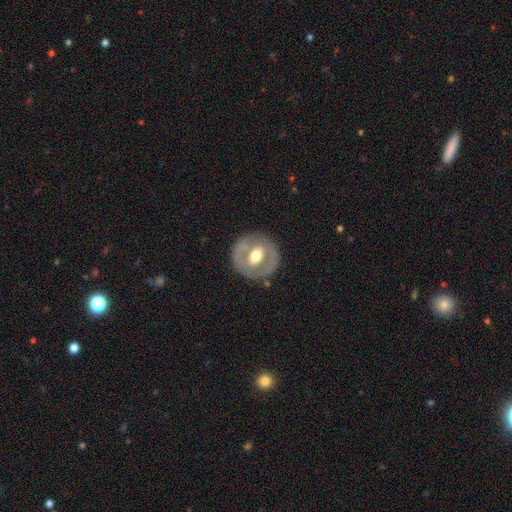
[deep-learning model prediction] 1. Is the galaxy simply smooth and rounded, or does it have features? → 60% featured or disk, 35% smooth, 5% star or artifact.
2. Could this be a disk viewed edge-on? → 94% no, 6% yes.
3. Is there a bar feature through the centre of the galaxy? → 38% no, 36% weak, 26% strong.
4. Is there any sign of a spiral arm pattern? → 80% no, 20% yes.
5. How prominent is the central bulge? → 69% moderate, 19% large, 9% small, 1% dominant, 1% none.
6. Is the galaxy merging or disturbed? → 80% none, 12% minor disturbance, 6% major disturbance, 2% merger.